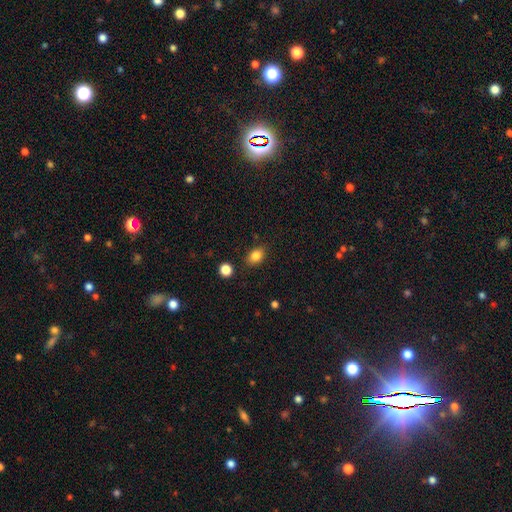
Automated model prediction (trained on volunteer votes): Smooth or featured?
  - smooth: 84% *
  - star or artifact: 10%
  - featured or disk: 6%
How rounded?
  - in between: 67% *
  - round: 32%
  - cigar-shaped: 1%
Merging?
  - none: 83% *
  - minor disturbance: 11%
  - major disturbance: 3%
  - merger: 3%